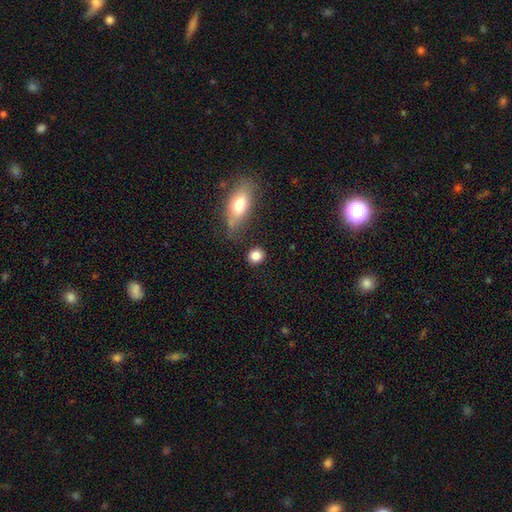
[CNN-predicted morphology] smooth 85%, star or artifact 9%, featured or disk 6%. Down the decision tree: how rounded — round (77%); merging — none (83%).